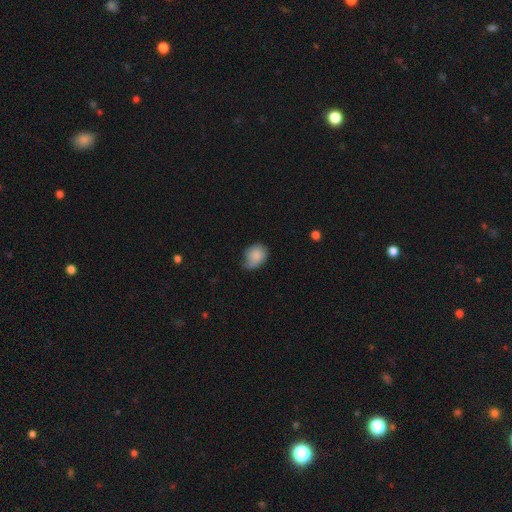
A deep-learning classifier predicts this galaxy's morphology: Smooth or featured? Predicted: smooth (p=0.81). How rounded? Predicted: in between (p=0.55). Merging? Predicted: none (p=0.42, tied with minor disturbance).